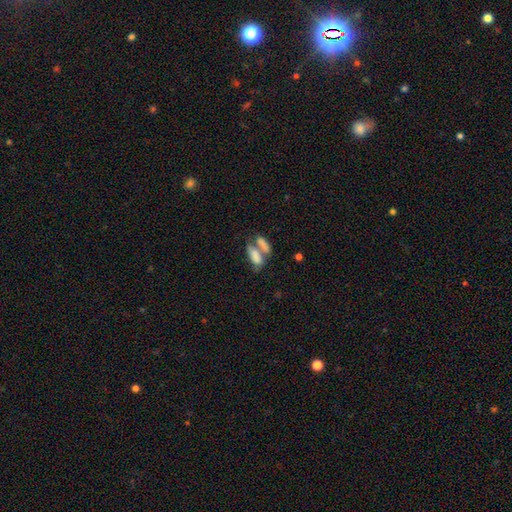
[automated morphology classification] A smooth galaxy with no disk features (74%) that is in between round and cigar-shaped (78%).

Vote fractions:
- Smooth or featured? smooth: 74% / featured or disk: 17% / star or artifact: 8%
- How rounded? in between: 78% / cigar-shaped: 18% / round: 4%
- Merging? merger: 63% / none: 22% / minor disturbance: 8% / major disturbance: 6%